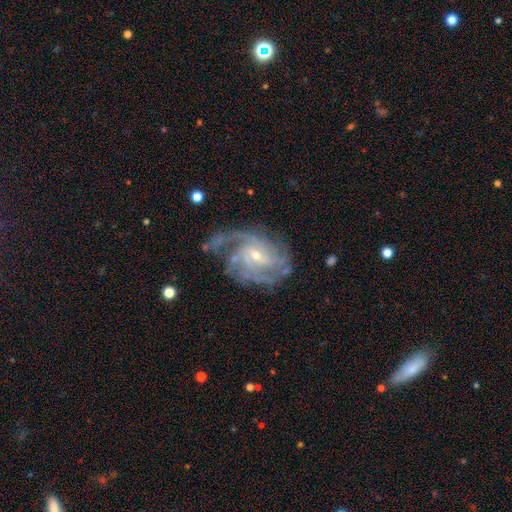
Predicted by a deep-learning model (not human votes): Smooth or featured?
  - featured or disk: 89% *
  - star or artifact: 6%
  - smooth: 5%
Edge-on disk?
  - no: 97% *
  - yes: 3%
Bar?
  - no: 50% *
  - weak: 40%
  - strong: 11%
Spiral arms?
  - yes: 97% *
  - no: 3%
Spiral winding?
  - tight: 48% *
  - medium: 40%
  - loose: 12%
Spiral arm count?
  - 3: 26% *
  - can't tell: 23%
  - 2: 19%
  - 4: 18%
  - more than 4: 7%
  - 1: 7%
Bulge size?
  - small: 69% *
  - moderate: 27%
  - none: 1%
  - large: 1%
  - dominant: 1%
Merging?
  - none: 60% *
  - minor disturbance: 21%
  - major disturbance: 17%
  - merger: 2%